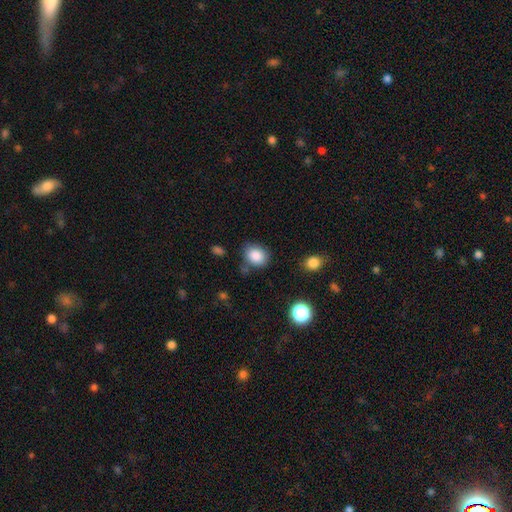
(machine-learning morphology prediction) Q: Smooth or featured?
A: smooth (86%); runner-up: star or artifact (9%)
Q: How rounded?
A: round (51%); runner-up: in between (48%)
Q: Merging?
A: none (74%); runner-up: minor disturbance (17%)